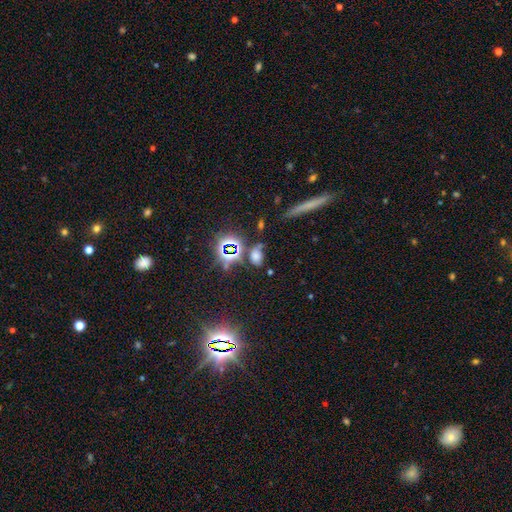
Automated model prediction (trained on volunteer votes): Morphology: type=smooth (50%); roundness=in between (79%); merging=none (59%).